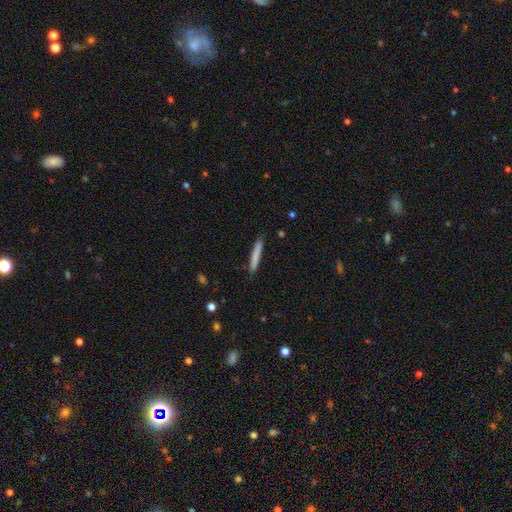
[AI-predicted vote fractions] The model was most divided on "smooth or featured": smooth: 79%, featured or disk: 16%, star or artifact: 6%. More confident: how rounded — cigar-shaped (95%); merging — none (86%).